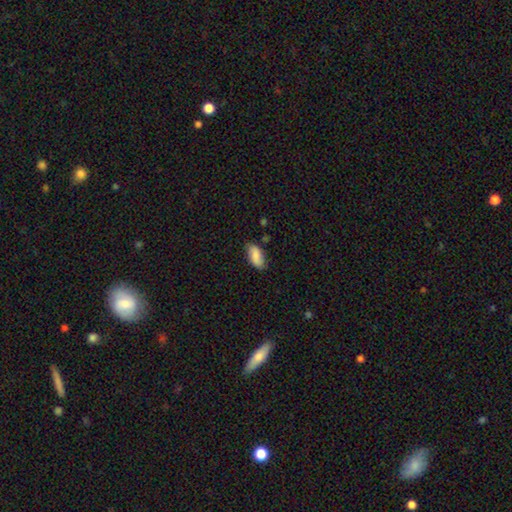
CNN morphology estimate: Smooth or featured: smooth — 82% (featured or disk — 11%)
How rounded: in between — 91% (cigar-shaped — 7%)
Merging: none — 78% (minor disturbance — 17%)